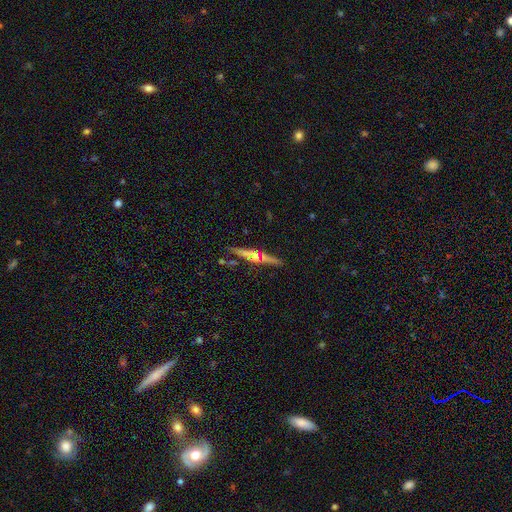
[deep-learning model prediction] A featured or disk galaxy (52%) viewed edge-on (93%). Merging: none (86%).